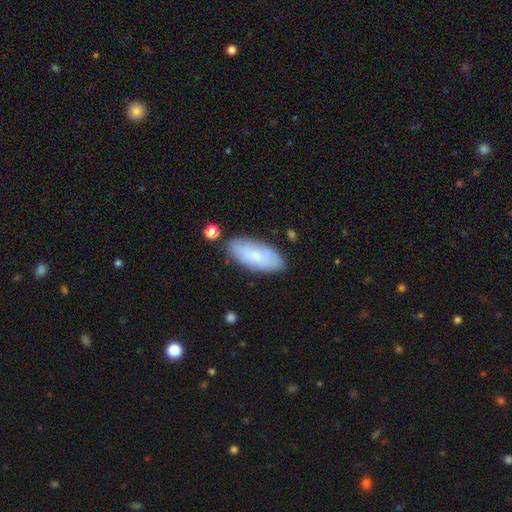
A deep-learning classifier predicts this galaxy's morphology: smooth-or-featured: smooth: 65% | featured or disk: 28% | star or artifact: 7%
  how-rounded: in between: 87% | cigar-shaped: 10% | round: 2%
  merging: none: 78% | minor disturbance: 15% | major disturbance: 3% | merger: 3%